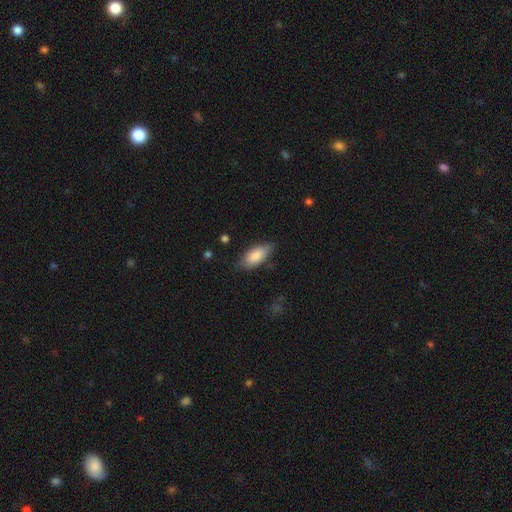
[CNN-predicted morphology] Q: Smooth or featured?
A: smooth (85%); runner-up: featured or disk (9%)
Q: How rounded?
A: in between (83%); runner-up: cigar-shaped (15%)
Q: Merging?
A: none (78%); runner-up: minor disturbance (17%)